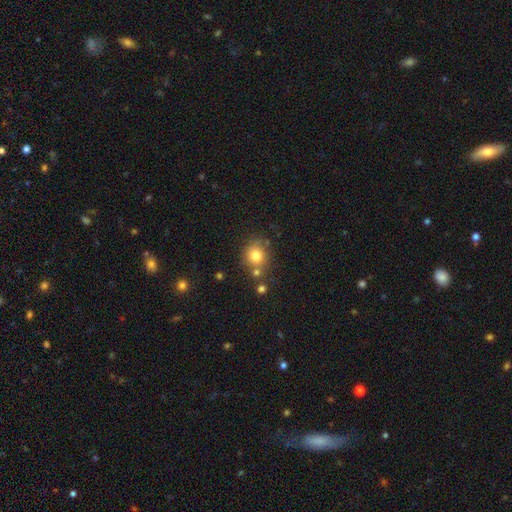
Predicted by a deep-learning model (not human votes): smooth_or_featured: smooth (p=0.79) [alt: star or artifact p=0.12]
how_rounded: round (p=0.82) [alt: in between p=0.17]
merging: none (p=0.70) [alt: merger p=0.14]